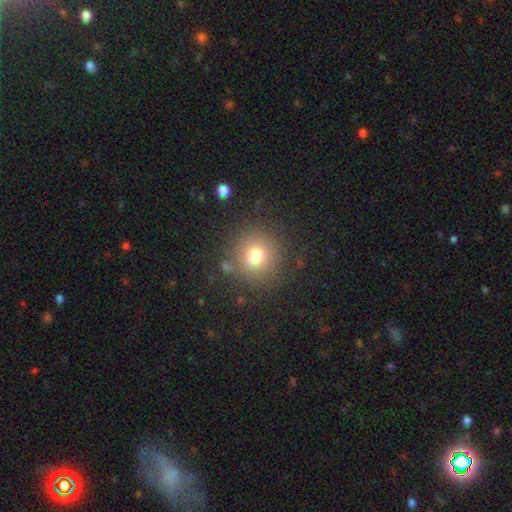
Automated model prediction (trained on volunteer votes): Smooth or featured? smooth (75%)
How rounded? round (90%)
Merging? none (83%)